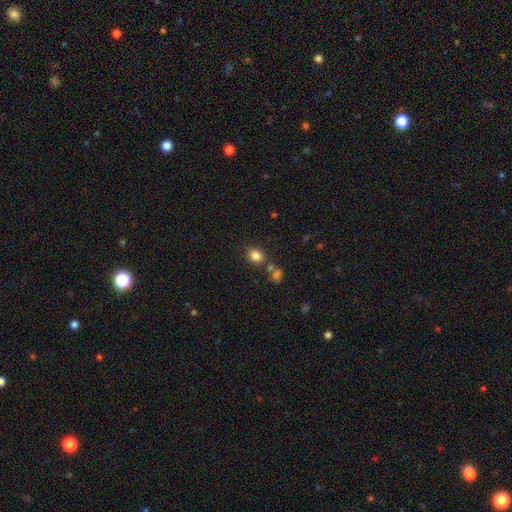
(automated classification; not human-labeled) Smooth or featured? smooth (83%)
How rounded? round (64%)
Merging? none (73%)